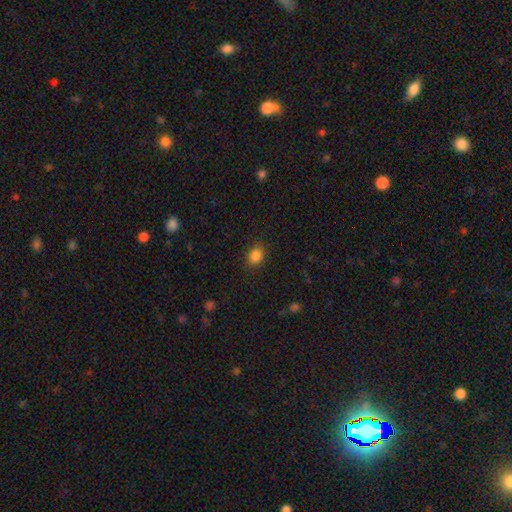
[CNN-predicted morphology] A smooth galaxy with no disk features (85%) that is in between round and cigar-shaped (59%). Merging: none (85%).